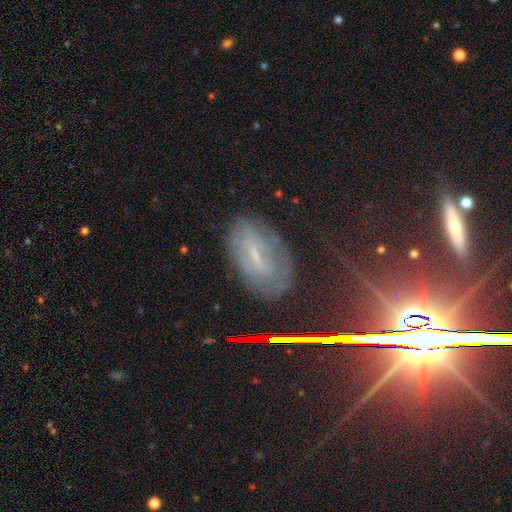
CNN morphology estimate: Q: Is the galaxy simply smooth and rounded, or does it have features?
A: featured or disk — 56%.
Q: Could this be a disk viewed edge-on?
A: no — 86%.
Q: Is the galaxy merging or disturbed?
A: none — 74%.